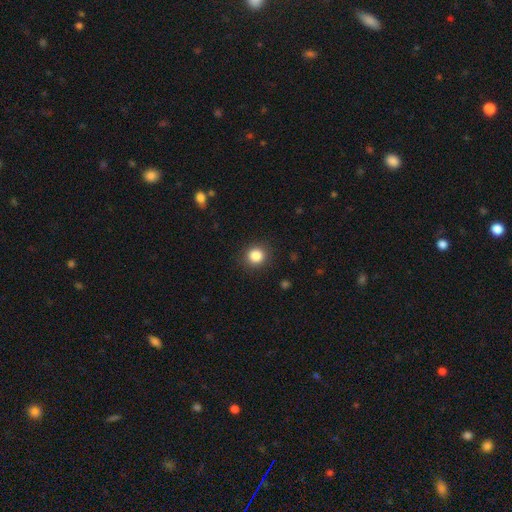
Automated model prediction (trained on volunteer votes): This appears to be a smooth galaxy with no disk features (85%) that is round (87%). Merging: none (90%).